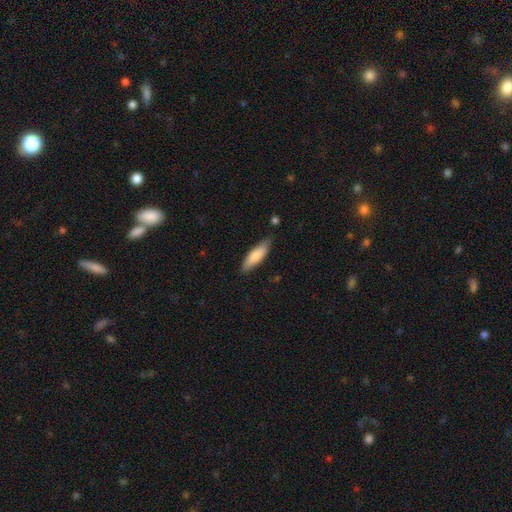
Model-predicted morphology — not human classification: A smooth galaxy with no disk features (77%) that is cigar-shaped (57%). Merging: none (82%).